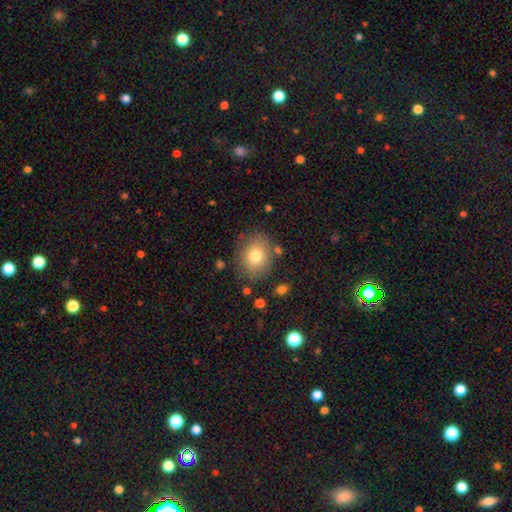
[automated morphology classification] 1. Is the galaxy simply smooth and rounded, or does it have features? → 76% smooth, 14% featured or disk, 10% star or artifact.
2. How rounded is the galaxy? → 54% round, 45% in between, 1% cigar-shaped.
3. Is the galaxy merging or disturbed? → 80% none, 12% minor disturbance, 4% major disturbance, 4% merger.